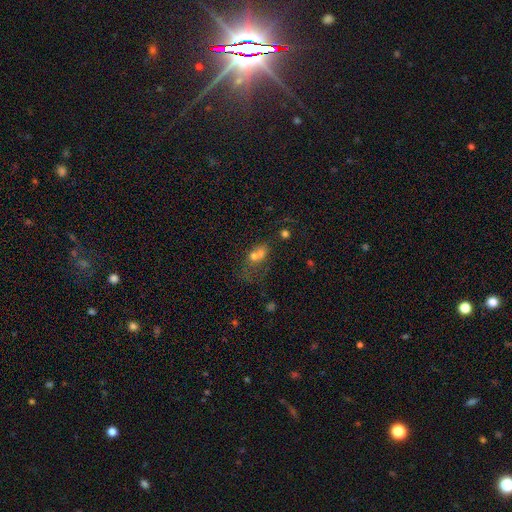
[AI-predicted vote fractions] Smooth or featured? Predicted: smooth (p=0.55). How rounded? Predicted: in between (p=0.51). Merging? Predicted: merger (p=0.59).